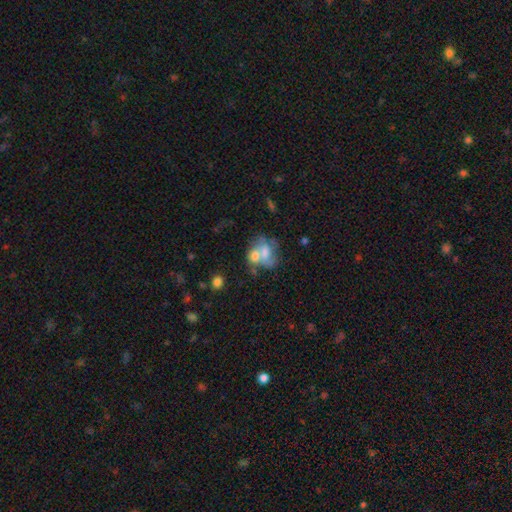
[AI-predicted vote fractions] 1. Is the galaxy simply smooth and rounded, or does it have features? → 54% smooth, 36% featured or disk, 10% star or artifact.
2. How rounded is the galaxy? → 67% in between, 31% round, 2% cigar-shaped.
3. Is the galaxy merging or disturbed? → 62% merger, 18% none, 10% major disturbance, 10% minor disturbance.